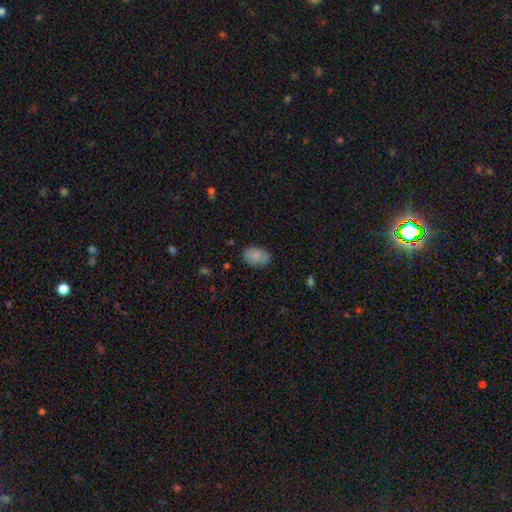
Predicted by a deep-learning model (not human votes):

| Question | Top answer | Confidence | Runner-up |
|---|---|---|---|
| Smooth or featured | smooth | 82% | featured or disk (10%) |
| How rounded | in between | 88% | round (10%) |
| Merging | none | 78% | minor disturbance (17%) |